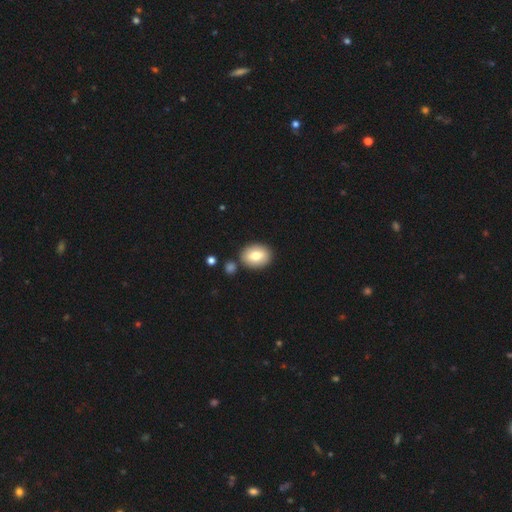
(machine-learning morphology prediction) smooth-or-featured: smooth: 77% | featured or disk: 16% | star or artifact: 7%
  how-rounded: in between: 63% | round: 36% | cigar-shaped: 1%
  merging: none: 80% | minor disturbance: 9% | merger: 8% | major disturbance: 2%